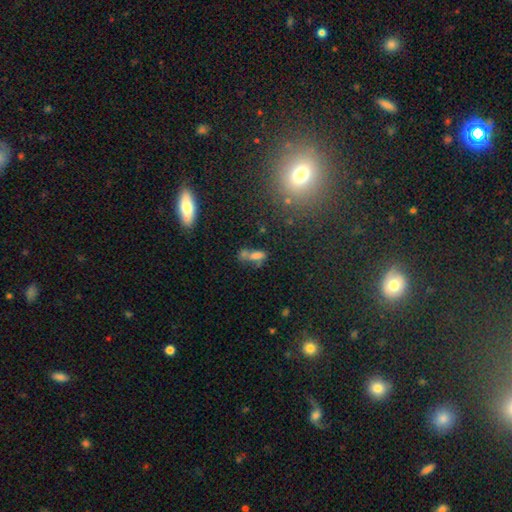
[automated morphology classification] smooth 61%, star or artifact 20%, featured or disk 18%. Down the decision tree: how rounded — in between (65%); merging — merger (40%).